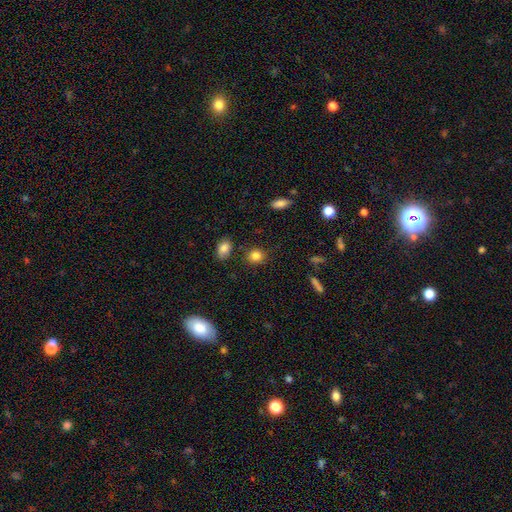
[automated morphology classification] Smooth or featured? smooth (84%)
How rounded? round (75%)
Merging? none (85%)